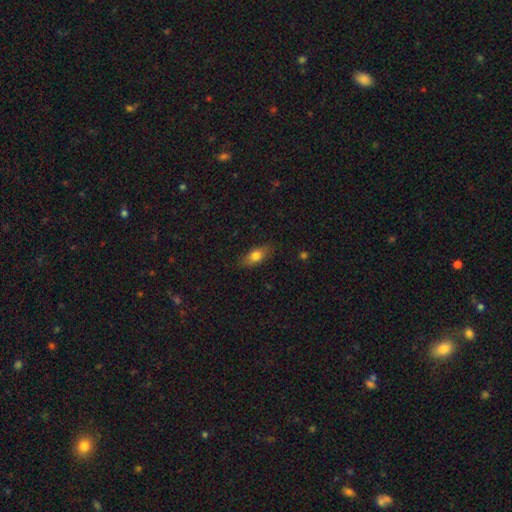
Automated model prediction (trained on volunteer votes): Morphology: type=smooth (74%); roundness=in between (79%); merging=none (83%).